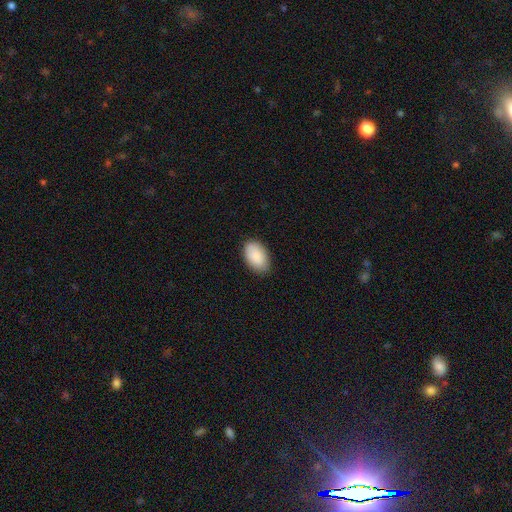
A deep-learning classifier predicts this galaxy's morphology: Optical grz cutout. It shows a smooth galaxy with no disk features (88%) that is in between round and cigar-shaped (93%). Merging: none (85%).